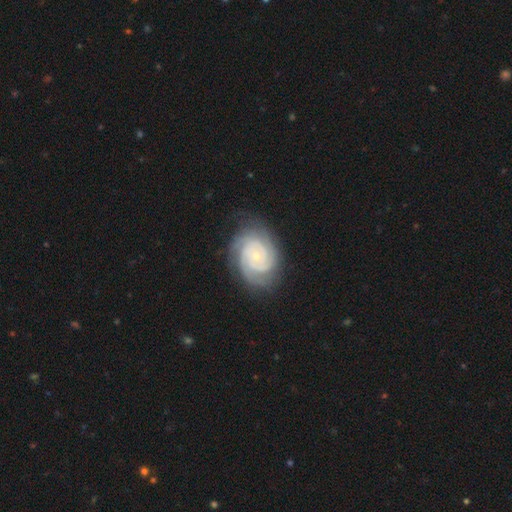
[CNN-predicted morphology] The model was most divided on "spiral arm count": 3: 30%, 2: 27%, can't tell: 18%, 4: 14%, more than 4: 6%, 1: 5%. More confident: spiral arms — yes (98%); edge-on disk — no (97%); smooth or featured — featured or disk (87%); merging — none (79%); spiral winding — tight (79%); bulge size — small (76%); bar — no (74%).